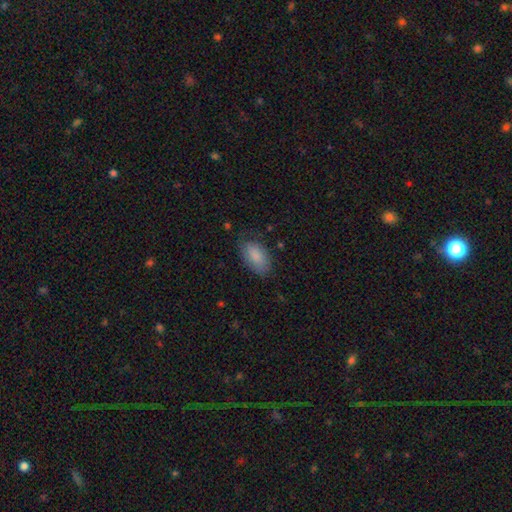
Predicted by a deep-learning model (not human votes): This appears to be a smooth galaxy with no disk features (85%) that is in between round and cigar-shaped (94%). Merging: none (69%).